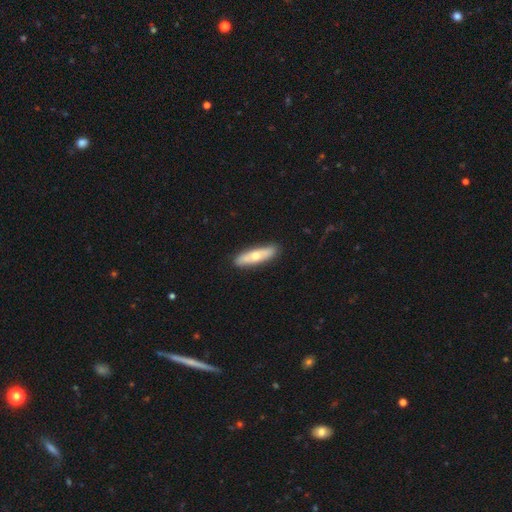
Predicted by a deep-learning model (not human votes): Q: Smooth or featured?
A: smooth (52%); runner-up: featured or disk (42%)
Q: How rounded?
A: cigar-shaped (67%); runner-up: in between (31%)
Q: Merging?
A: none (88%); runner-up: minor disturbance (9%)